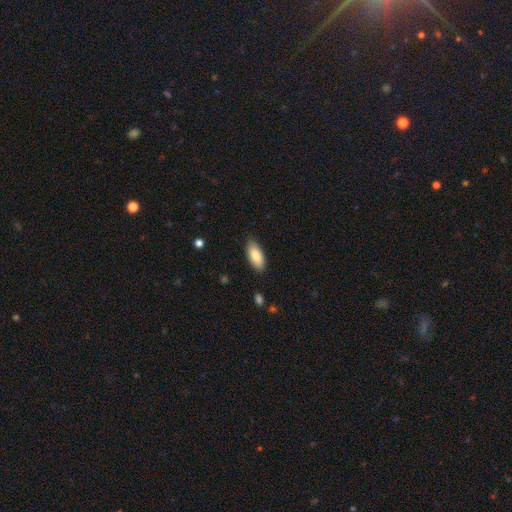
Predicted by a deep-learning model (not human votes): The model was most divided on "smooth or featured": smooth: 84%, featured or disk: 10%, star or artifact: 6%. More confident: how rounded — in between (87%); merging — none (86%).